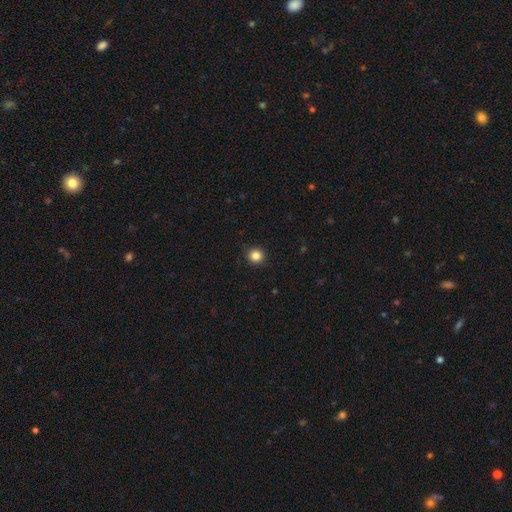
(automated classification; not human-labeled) Overall: smooth (85%). How rounded: round (93%). Merging: none (92%).